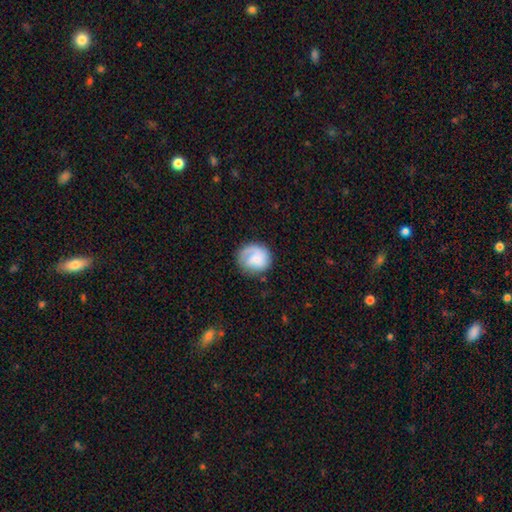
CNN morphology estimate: smooth-or-featured: smooth: 50% | featured or disk: 42% | star or artifact: 7%
  how-rounded: round: 82% | in between: 17% | cigar-shaped: 1%
  merging: none: 68% | minor disturbance: 18% | major disturbance: 11% | merger: 2%